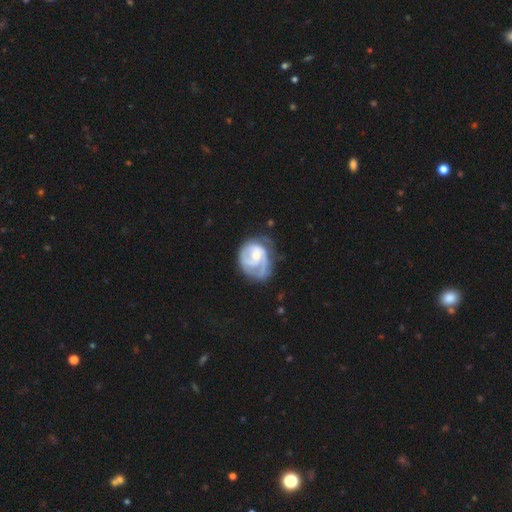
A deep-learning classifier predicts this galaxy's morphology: Q: Smooth or featured?
A: featured or disk (78%); runner-up: smooth (17%)
Q: Edge-on disk?
A: no (98%); runner-up: yes (2%)
Q: Bar?
A: no (59%); runner-up: weak (34%)
Q: Spiral arms?
A: yes (91%); runner-up: no (9%)
Q: Spiral winding?
A: tight (55%); runner-up: medium (34%)
Q: Spiral arm count?
A: 2 (41%); runner-up: can't tell (22%)
Q: Bulge size?
A: small (47%); runner-up: moderate (41%)
Q: Merging?
A: none (48%); runner-up: minor disturbance (28%)